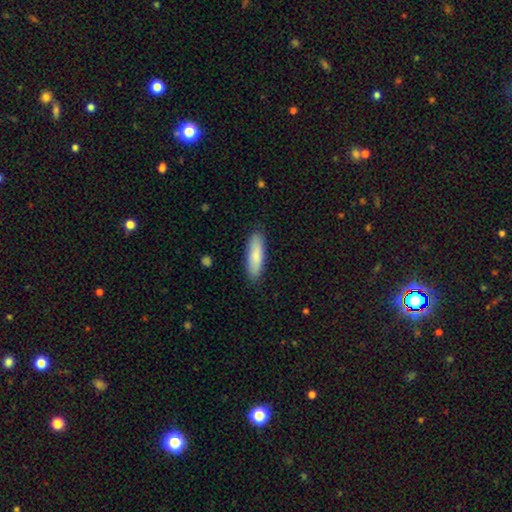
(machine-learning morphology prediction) smooth_or_featured: smooth (p=0.83) [alt: featured or disk p=0.12]
how_rounded: cigar-shaped (p=0.57) [alt: in between p=0.41]
merging: none (p=0.88) [alt: minor disturbance p=0.09]